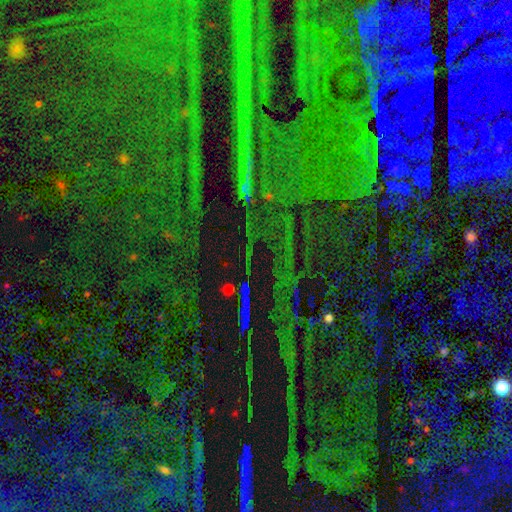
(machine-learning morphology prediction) type=star or artifact (79%).